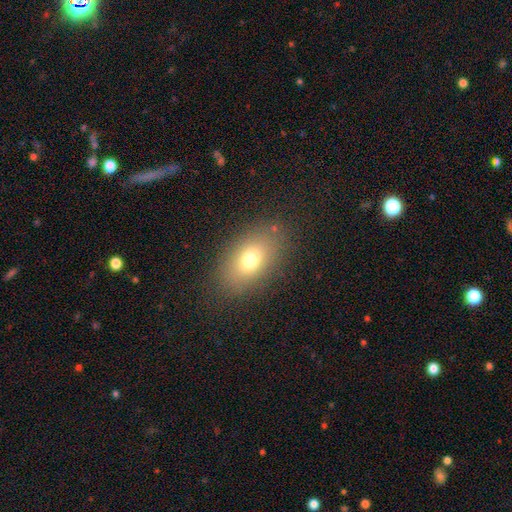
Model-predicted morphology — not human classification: This is likely a smooth galaxy (72%). How rounded: clearly in between (85%). Merging: clearly none (82%).